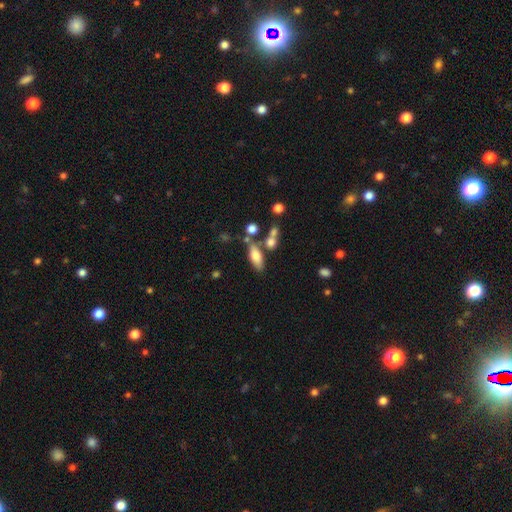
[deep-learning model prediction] smooth-or-featured: smooth: 71% | featured or disk: 21% | star or artifact: 8%
  how-rounded: in between: 72% | cigar-shaped: 24% | round: 4%
  merging: none: 60% | merger: 20% | minor disturbance: 15% | major disturbance: 6%